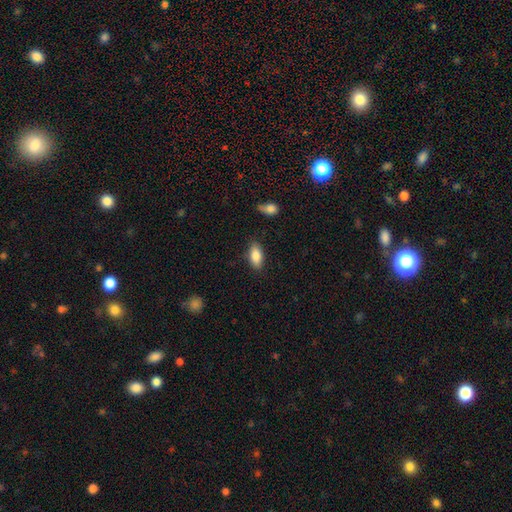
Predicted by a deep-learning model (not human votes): The model was most divided on "merging": none: 83%, minor disturbance: 12%, major disturbance: 3%, merger: 2%. More confident: how rounded — in between (88%); smooth or featured — smooth (85%).